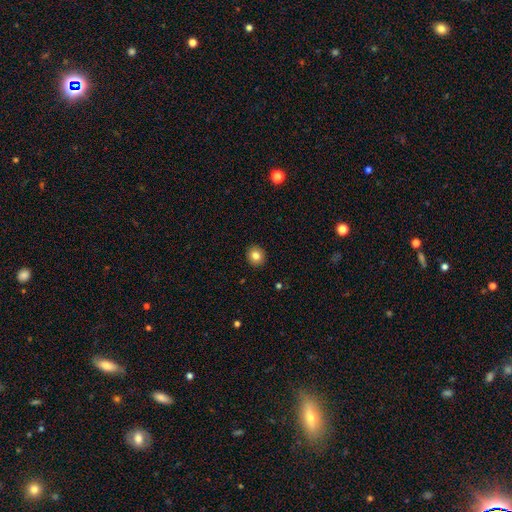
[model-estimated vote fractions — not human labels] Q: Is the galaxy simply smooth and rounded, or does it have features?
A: smooth — 82%.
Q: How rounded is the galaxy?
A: round — 84%.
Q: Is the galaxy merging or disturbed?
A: none — 92%.